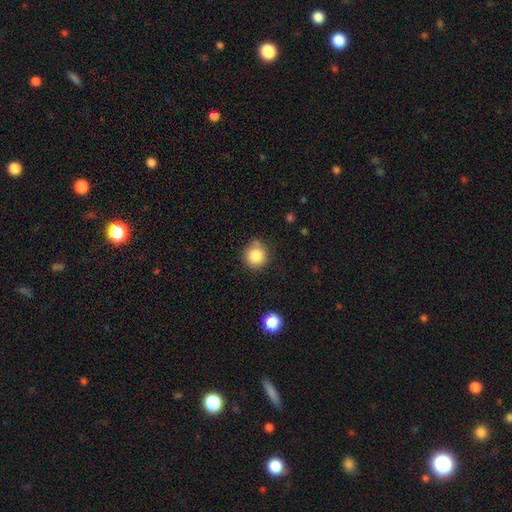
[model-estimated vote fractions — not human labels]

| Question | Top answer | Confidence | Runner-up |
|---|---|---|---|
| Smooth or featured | smooth | 84% | star or artifact (10%) |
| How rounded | round | 93% | in between (7%) |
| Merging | none | 76% | minor disturbance (16%) |